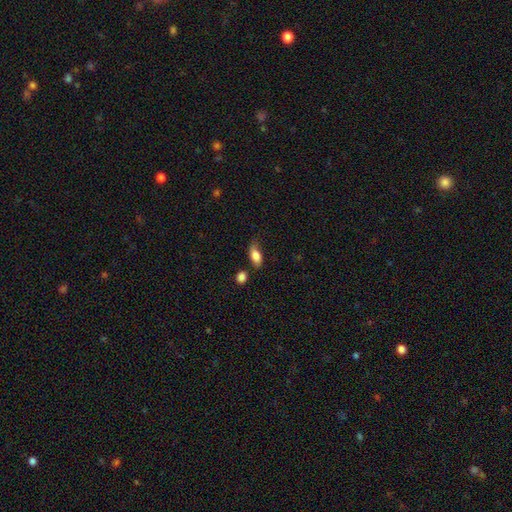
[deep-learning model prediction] A smooth galaxy with no disk features (78%) that is in between round and cigar-shaped (84%). Merging: none (56%).